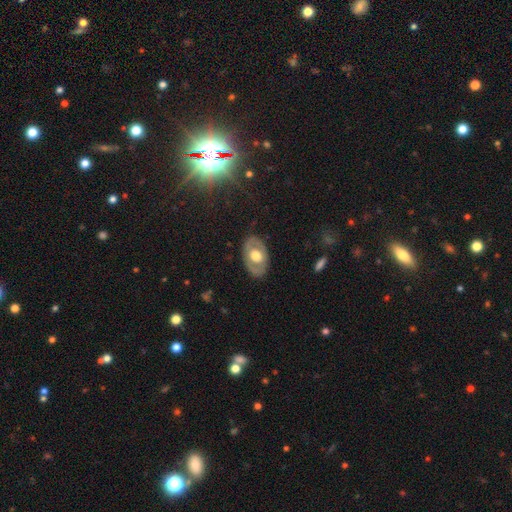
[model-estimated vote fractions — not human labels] A featured or disk galaxy (53%). Merging: none (82%).